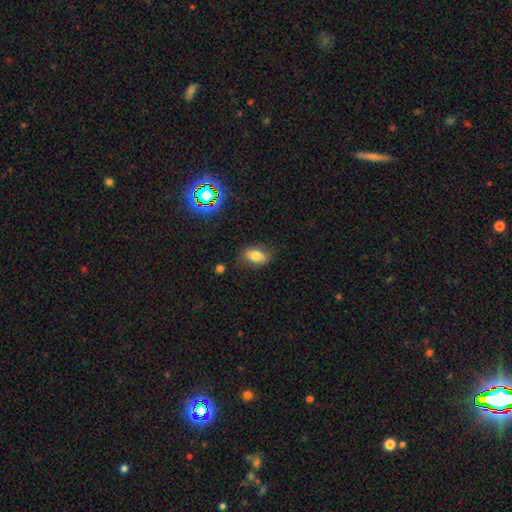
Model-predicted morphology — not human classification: This appears to be a smooth galaxy with no disk features (73%) that is in between round and cigar-shaped (85%). Merging: none (78%).